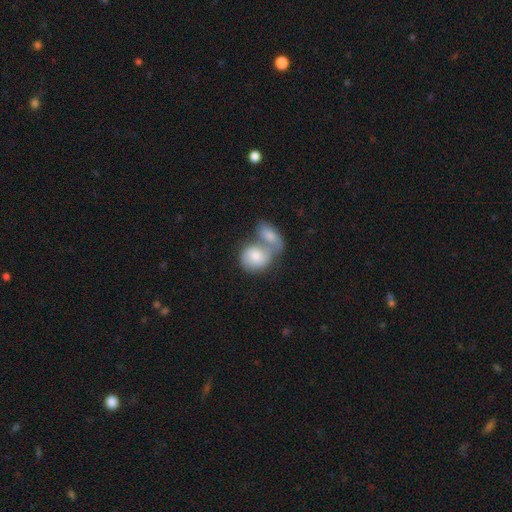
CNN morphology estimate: Overall: smooth (69%). How rounded: in between (51%; round 47%). Merging: merger (73%).